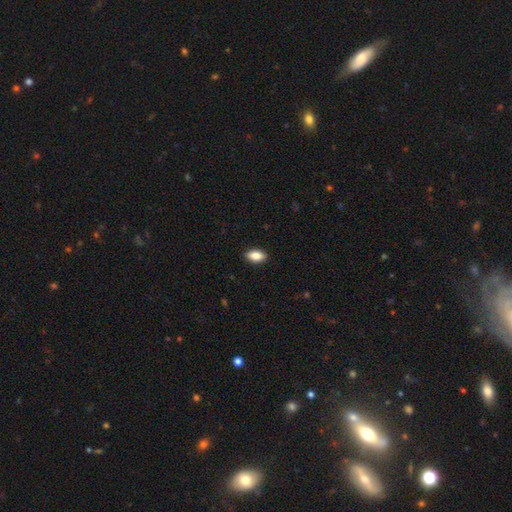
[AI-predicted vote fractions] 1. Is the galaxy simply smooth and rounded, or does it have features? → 85% smooth, 8% featured or disk, 7% star or artifact.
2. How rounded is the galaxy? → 90% in between, 5% cigar-shaped, 4% round.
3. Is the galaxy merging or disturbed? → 89% none, 8% minor disturbance, 2% major disturbance, 1% merger.